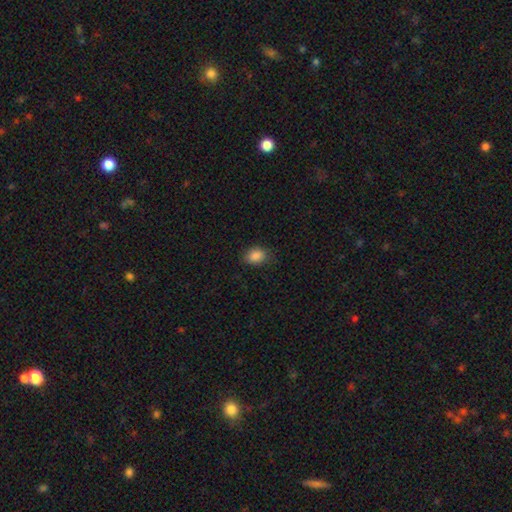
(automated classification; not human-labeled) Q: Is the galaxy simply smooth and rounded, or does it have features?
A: smooth — 87%.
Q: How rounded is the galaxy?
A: in between — 75%.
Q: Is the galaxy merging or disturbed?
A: none — 79%.